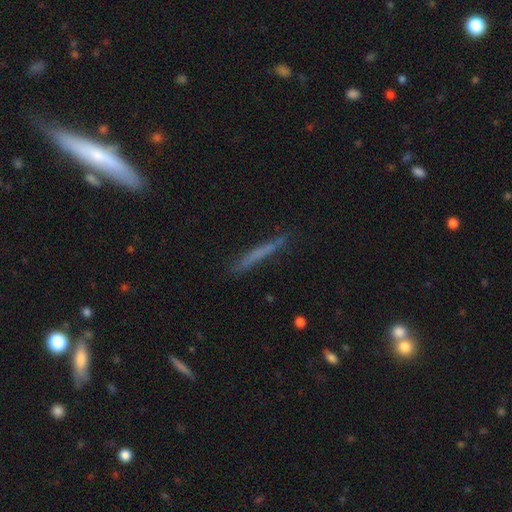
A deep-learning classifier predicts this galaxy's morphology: type=smooth (55%); roundness=cigar-shaped (95%); merging=none (78%).